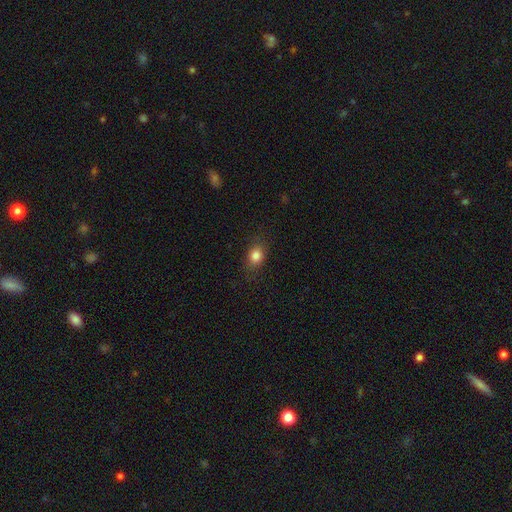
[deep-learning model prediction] Q: Smooth or featured?
A: smooth (83%); runner-up: star or artifact (10%)
Q: How rounded?
A: in between (61%); runner-up: round (38%)
Q: Merging?
A: none (83%); runner-up: minor disturbance (13%)